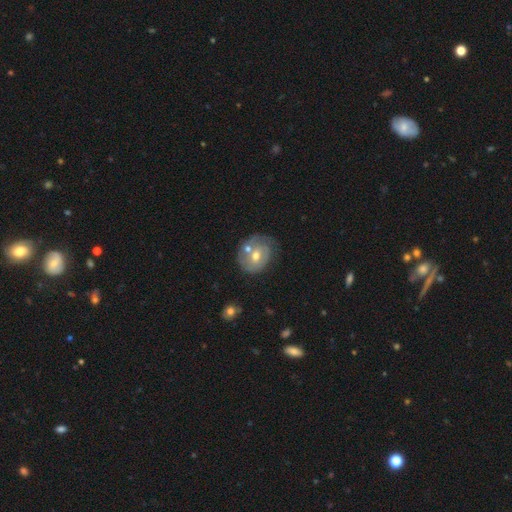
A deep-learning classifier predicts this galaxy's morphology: Overall: featured or disk (57%; smooth 36%). Edge-on disk: no (96%). Bar: no (66%; weak 28%). Spiral arms: yes (60%; no 40%). Bulge size: moderate (70%). Merging: none (46%; minor disturbance 22%).